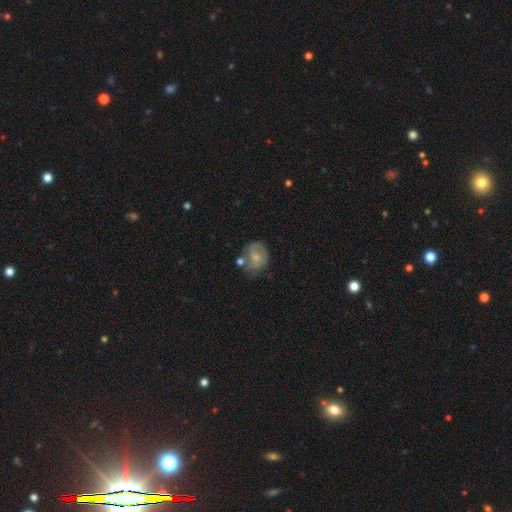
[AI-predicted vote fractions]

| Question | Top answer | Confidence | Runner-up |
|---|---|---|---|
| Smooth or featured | smooth | 60% | featured or disk (32%) |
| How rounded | round | 59% | in between (40%) |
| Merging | none | 47% | minor disturbance (27%) |